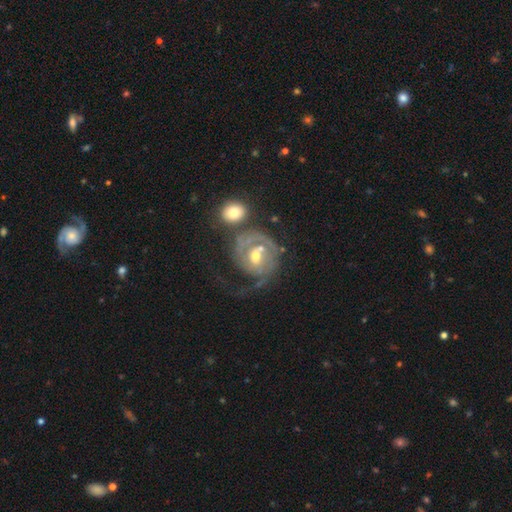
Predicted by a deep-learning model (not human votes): smooth_or_featured: featured or disk (p=0.84) [alt: smooth p=0.10]
disk_edge_on: no (p=0.97) [alt: yes p=0.03]
bar: no (p=0.46) [alt: weak p=0.41]
has_spiral_arms: yes (p=0.92) [alt: no p=0.08]
spiral_winding: tight (p=0.52) [alt: medium p=0.33]
spiral_arm_count: 2 (p=0.42) [alt: 1 p=0.27]
bulge_size: moderate (p=0.65) [alt: small p=0.28]
merging: none (p=0.39) [alt: major disturbance p=0.25]